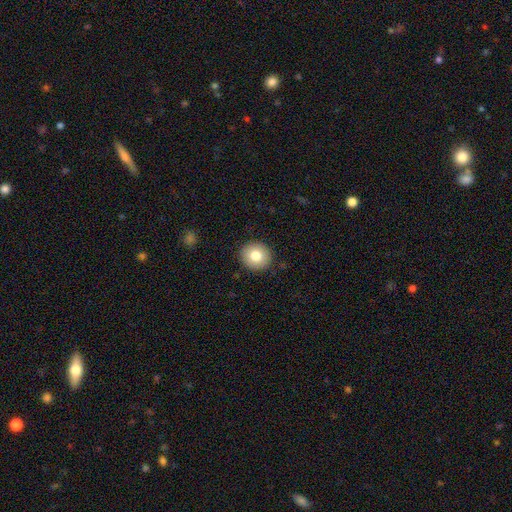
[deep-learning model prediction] The model was most divided on "smooth or featured": smooth: 80%, featured or disk: 11%, star or artifact: 9%. More confident: merging — none (91%); how rounded — round (88%).